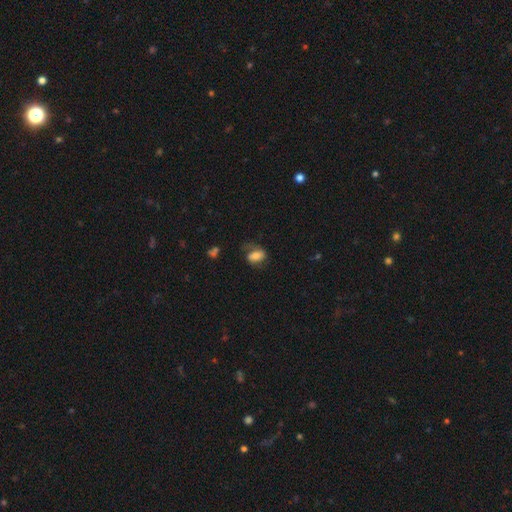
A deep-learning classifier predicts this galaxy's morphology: A smooth galaxy with no disk features (63%) that is in between round and cigar-shaped (83%). Merging: none (52%).